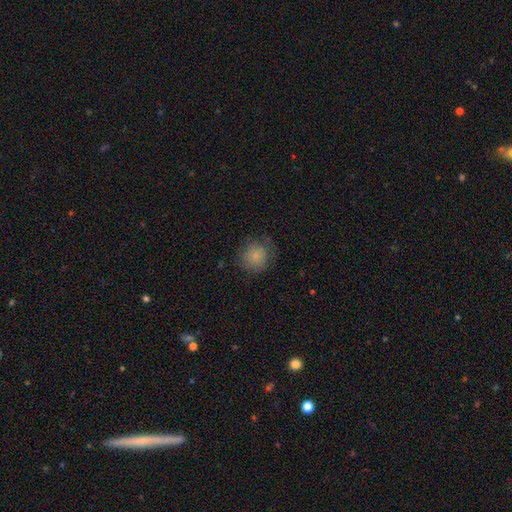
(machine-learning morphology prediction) Smooth or featured?
  - smooth: 82% *
  - star or artifact: 9%
  - featured or disk: 9%
How rounded?
  - round: 87% *
  - in between: 12%
  - cigar-shaped: 1%
Merging?
  - none: 73% *
  - minor disturbance: 18%
  - major disturbance: 7%
  - merger: 1%